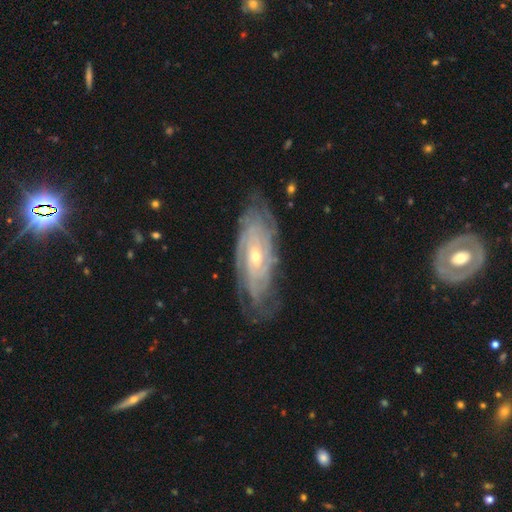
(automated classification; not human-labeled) This appears to be a featured or disk galaxy (85%) with no bar (63%), tight (77%) spiral arms (94%) and a small central bulge (57%). Merging: none (78%).